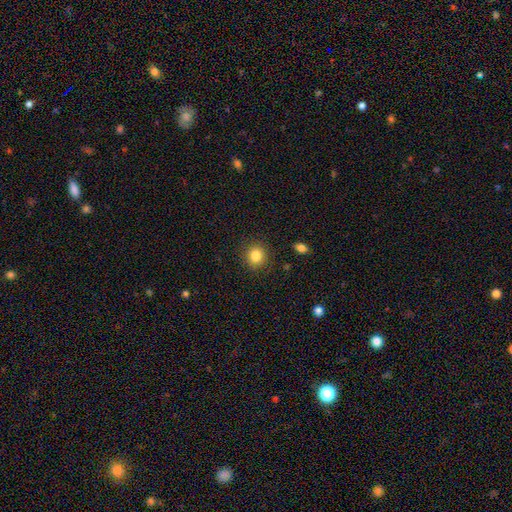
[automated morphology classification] Smooth or featured: smooth — 83% (star or artifact — 11%)
How rounded: round — 86% (in between — 13%)
Merging: none — 90% (minor disturbance — 7%)